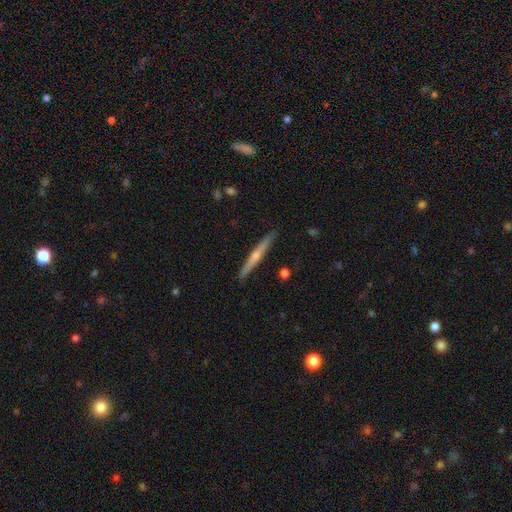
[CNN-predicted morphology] smooth_or_featured: featured or disk (p=0.62) [alt: smooth p=0.32]
disk_edge_on: yes (p=0.97) [alt: no p=0.03]
edge_on_bulge: rounded (p=0.71) [alt: none p=0.25]
merging: none (p=0.91) [alt: minor disturbance p=0.07]